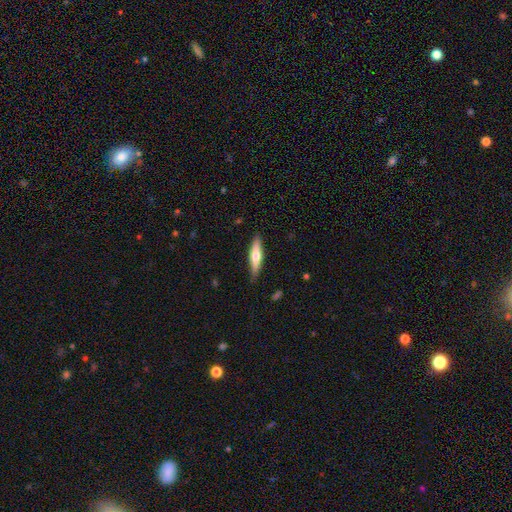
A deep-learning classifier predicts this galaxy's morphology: smooth_or_featured: smooth (p=0.51) [alt: featured or disk p=0.43]
how_rounded: cigar-shaped (p=0.74) [alt: in between p=0.24]
merging: none (p=0.84) [alt: minor disturbance p=0.13]